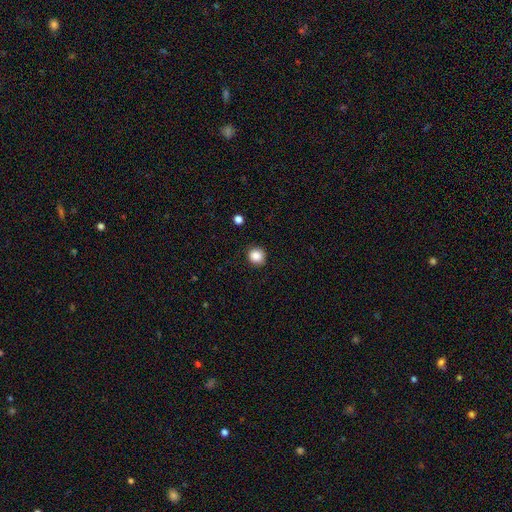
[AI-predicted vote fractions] This appears to be a smooth galaxy with no disk features (86%) that is round (91%). Merging: none (89%).